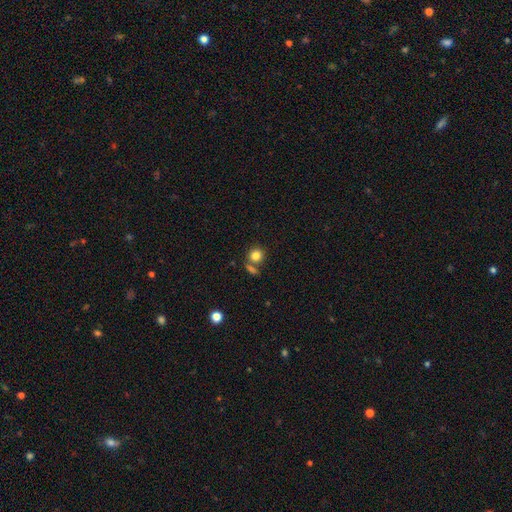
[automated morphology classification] Q: Smooth or featured?
A: smooth (83%); runner-up: star or artifact (11%)
Q: How rounded?
A: round (85%); runner-up: in between (14%)
Q: Merging?
A: none (64%); runner-up: merger (22%)